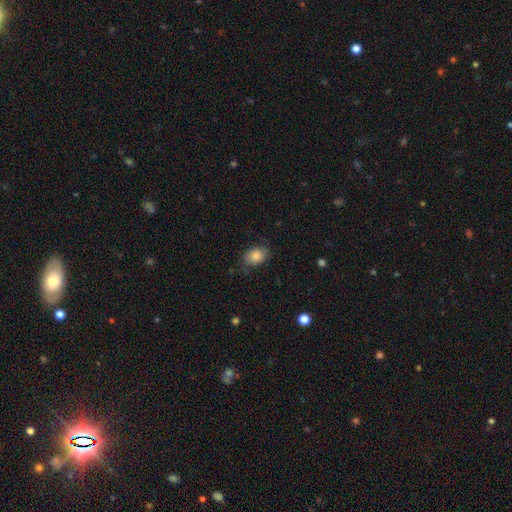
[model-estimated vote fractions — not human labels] Smooth or featured: smooth — 81% (featured or disk — 11%)
How rounded: in between — 67% (round — 31%)
Merging: none — 67% (minor disturbance — 24%)